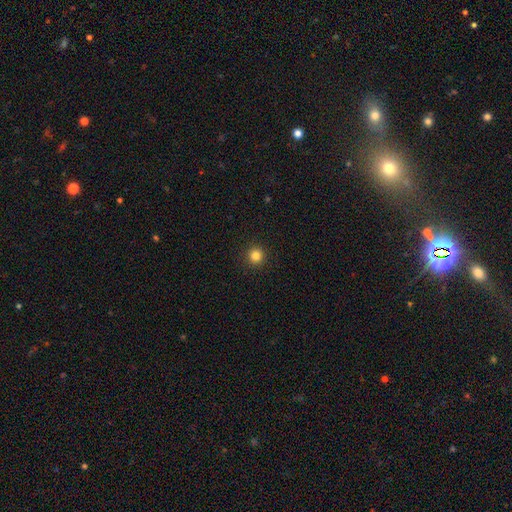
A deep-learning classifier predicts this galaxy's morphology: type=smooth (83%); roundness=round (95%); merging=none (93%).